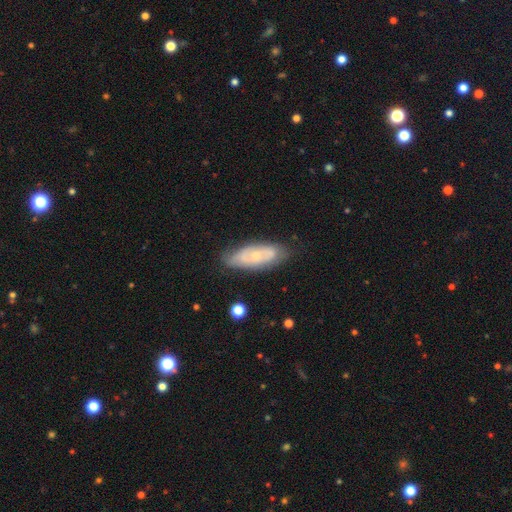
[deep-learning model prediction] A featured or disk galaxy (56%).

Vote fractions:
- Smooth or featured? featured or disk: 56% / smooth: 37% / star or artifact: 7%
- Edge-on disk? no: 85% / yes: 15%
- Merging? none: 72% / minor disturbance: 20% / major disturbance: 5% / merger: 3%